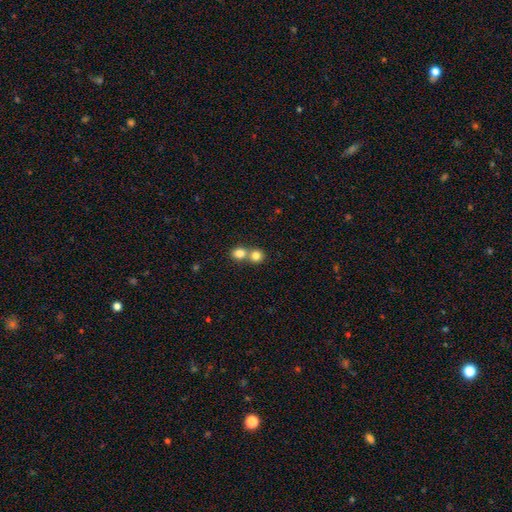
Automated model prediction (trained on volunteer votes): smooth 81%, star or artifact 11%, featured or disk 8%. Down the decision tree: how rounded — round (86%); merging — merger (53%).